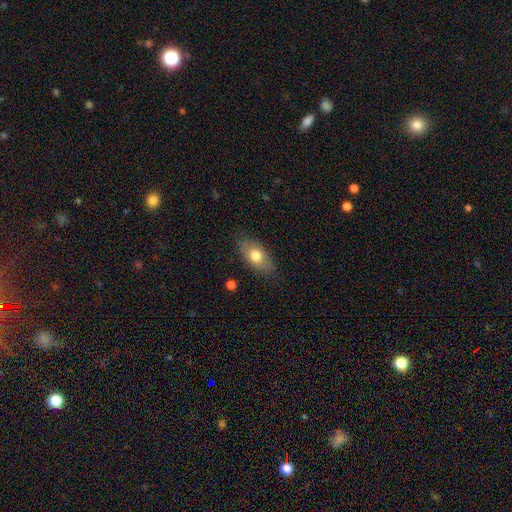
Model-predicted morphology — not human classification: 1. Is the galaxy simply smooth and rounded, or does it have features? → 72% smooth, 21% featured or disk, 7% star or artifact.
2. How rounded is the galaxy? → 88% in between, 7% round, 5% cigar-shaped.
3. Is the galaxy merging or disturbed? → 81% none, 15% minor disturbance, 4% major disturbance, 1% merger.